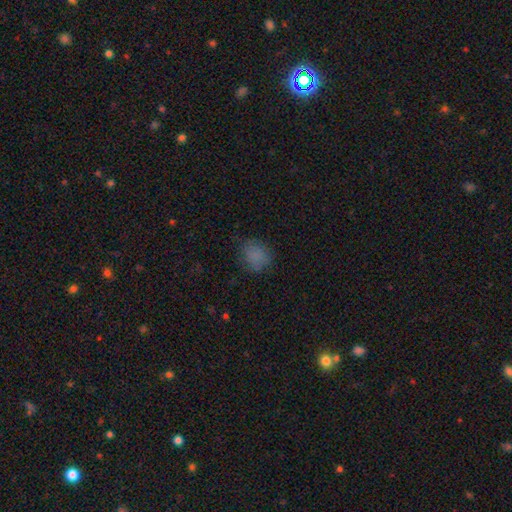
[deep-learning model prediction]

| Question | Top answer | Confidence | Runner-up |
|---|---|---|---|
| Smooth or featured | smooth | 79% | star or artifact (14%) |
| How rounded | round | 66% | in between (33%) |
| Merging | none | 71% | minor disturbance (21%) |